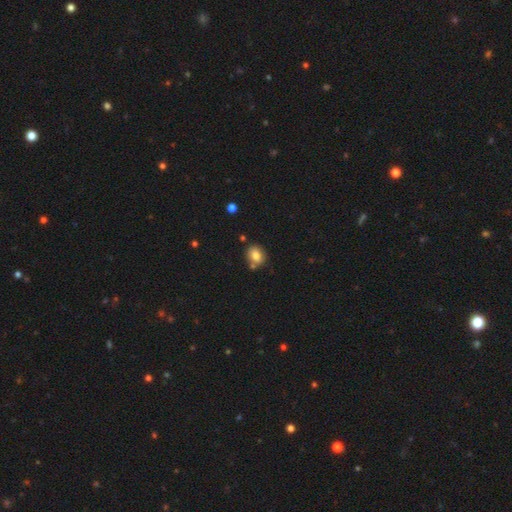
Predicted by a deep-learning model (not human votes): This is clearly a smooth galaxy (81%). How rounded: possibly round (52%). Merging: likely none (70%).